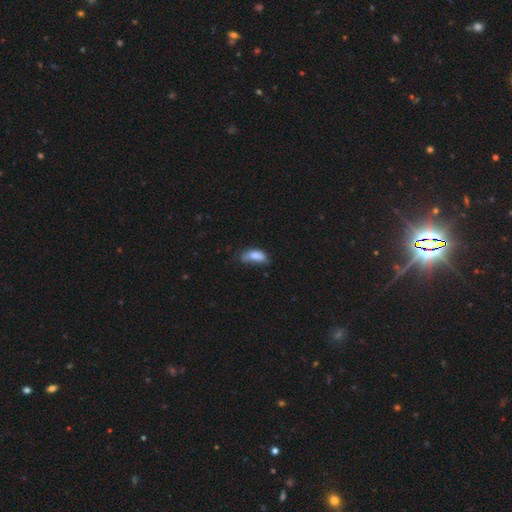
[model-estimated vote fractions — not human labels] smooth-or-featured: smooth: 80% | featured or disk: 12% | star or artifact: 9%
  how-rounded: in between: 80% | cigar-shaped: 17% | round: 3%
  merging: minor disturbance: 38% | none: 34% | major disturbance: 21% | merger: 6%